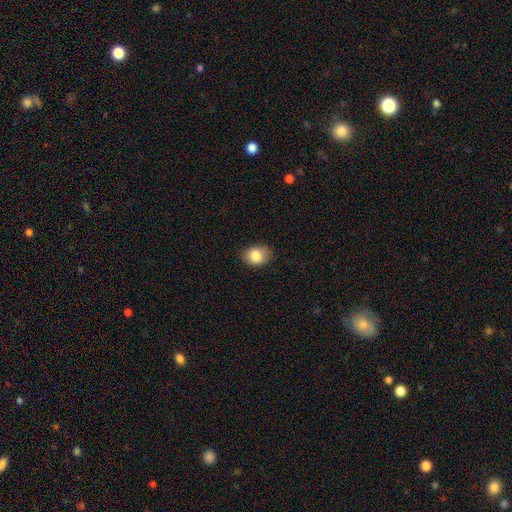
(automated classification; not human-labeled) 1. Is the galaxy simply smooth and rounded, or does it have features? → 84% smooth, 8% star or artifact, 8% featured or disk.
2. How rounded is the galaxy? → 59% in between, 40% round, 1% cigar-shaped.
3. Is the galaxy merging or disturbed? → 78% none, 17% minor disturbance, 3% major disturbance, 1% merger.